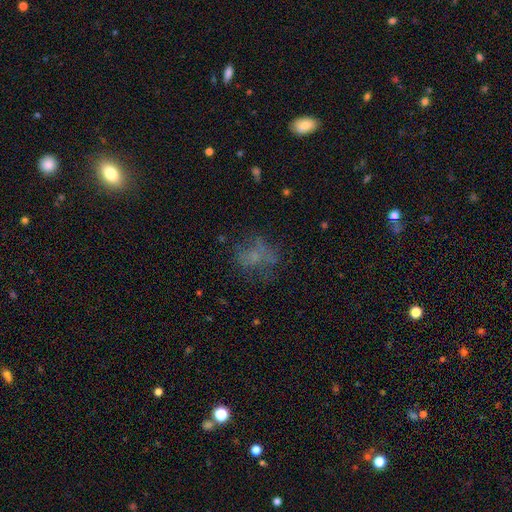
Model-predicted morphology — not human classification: This is marginally a smooth galaxy (42%). Merging: possibly none (50%).